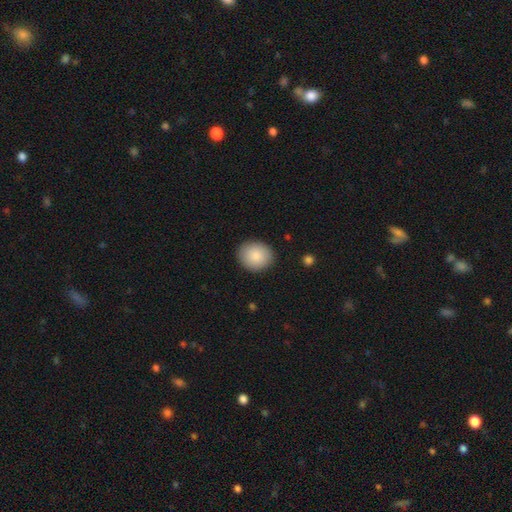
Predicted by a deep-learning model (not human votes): smooth 87%, star or artifact 7%, featured or disk 6%. Down the decision tree: how rounded — round (69%); merging — none (89%).